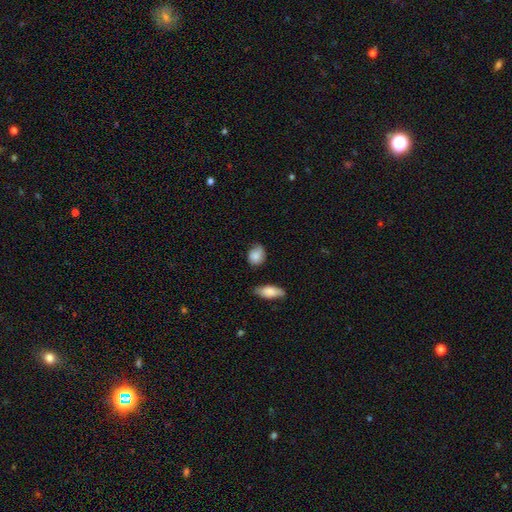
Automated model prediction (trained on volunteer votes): This is clearly a smooth galaxy (85%). How rounded: possibly round (50%). Merging: likely none (63%).